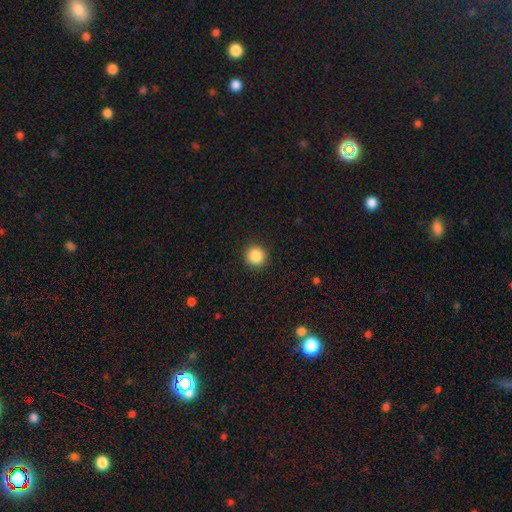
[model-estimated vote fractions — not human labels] This is clearly a smooth galaxy (87%). How rounded: clearly round (95%). Merging: clearly none (93%).